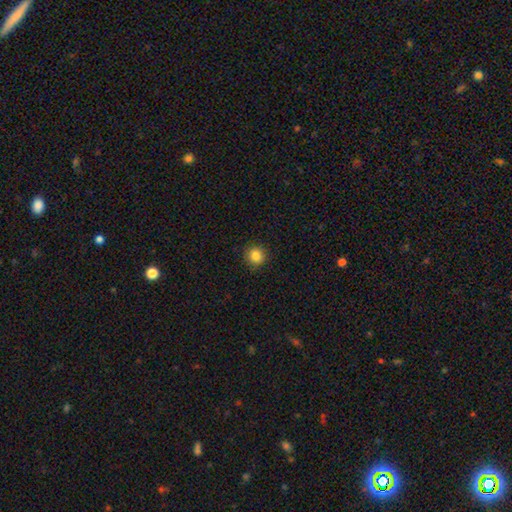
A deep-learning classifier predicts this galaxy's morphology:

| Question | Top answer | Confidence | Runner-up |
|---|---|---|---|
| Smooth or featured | smooth | 84% | star or artifact (11%) |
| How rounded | round | 93% | in between (6%) |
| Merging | none | 92% | minor disturbance (6%) |